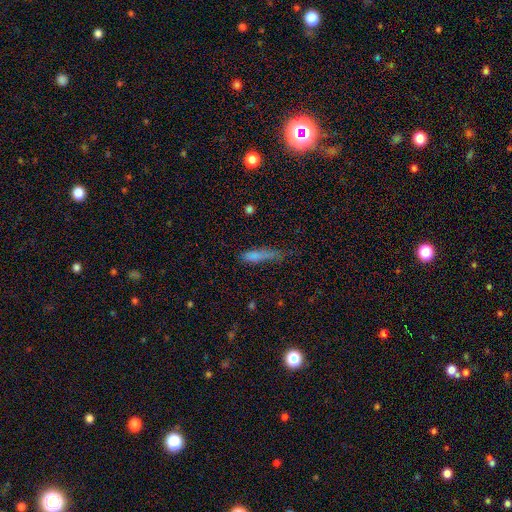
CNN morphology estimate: smooth-or-featured: smooth: 74% | featured or disk: 14% | star or artifact: 11%
  how-rounded: cigar-shaped: 67% | in between: 30% | round: 3%
  merging: none: 33% | minor disturbance: 32% | major disturbance: 28% | merger: 7%